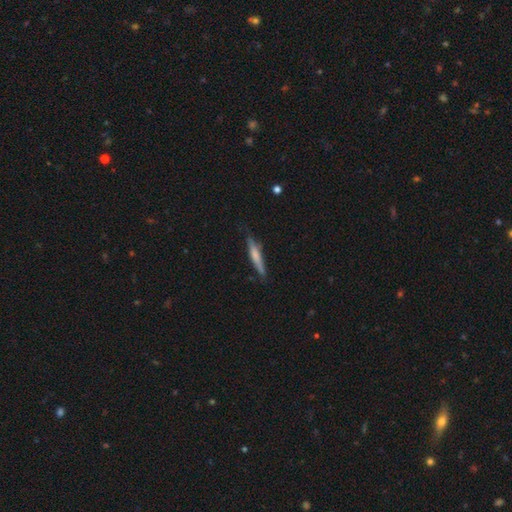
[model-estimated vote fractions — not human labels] This appears to be a smooth galaxy with no disk features (58%) that is cigar-shaped (92%). Merging: none (79%).